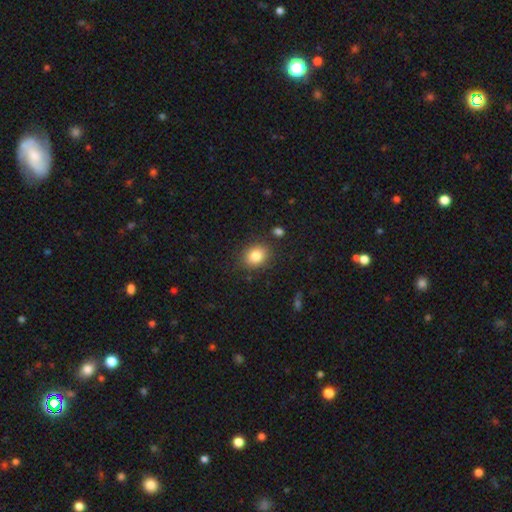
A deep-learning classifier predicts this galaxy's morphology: A smooth galaxy with no disk features (83%) that is round (57%).

Vote fractions:
- Smooth or featured? smooth: 83% / star or artifact: 10% / featured or disk: 7%
- How rounded? round: 57% / in between: 42% / cigar-shaped: 1%
- Merging? none: 86% / minor disturbance: 9% / major disturbance: 3% / merger: 2%